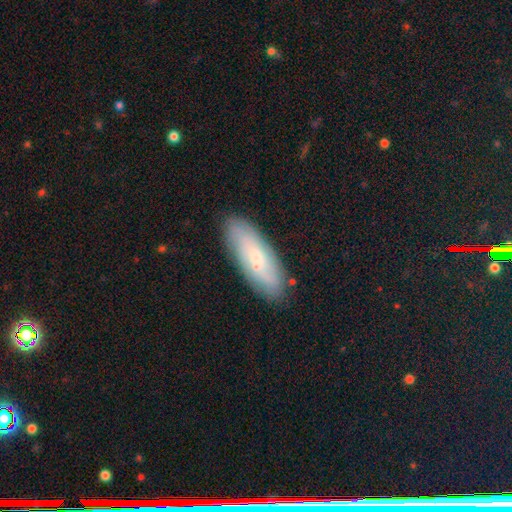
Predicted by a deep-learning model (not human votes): This appears to be a smooth galaxy with no disk features (50%). Merging: none (83%).